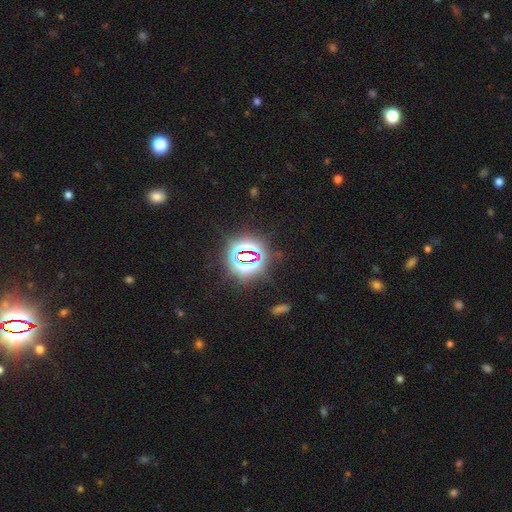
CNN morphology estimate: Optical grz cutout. It shows a star or artifact, not a galaxy (77%).